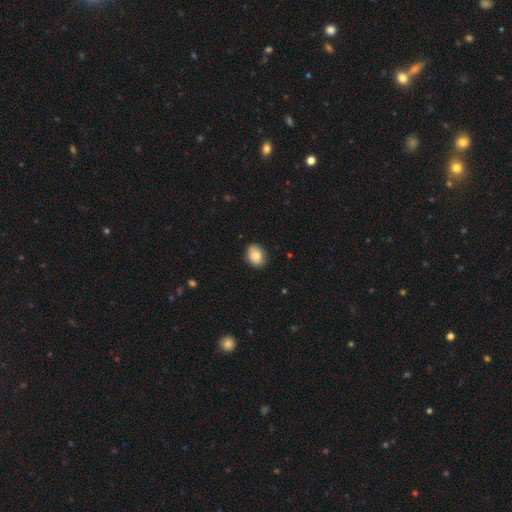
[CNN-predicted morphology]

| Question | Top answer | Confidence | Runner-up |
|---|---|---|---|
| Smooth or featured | smooth | 82% | featured or disk (11%) |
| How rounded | round | 53% | in between (46%) |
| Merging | none | 86% | minor disturbance (11%) |